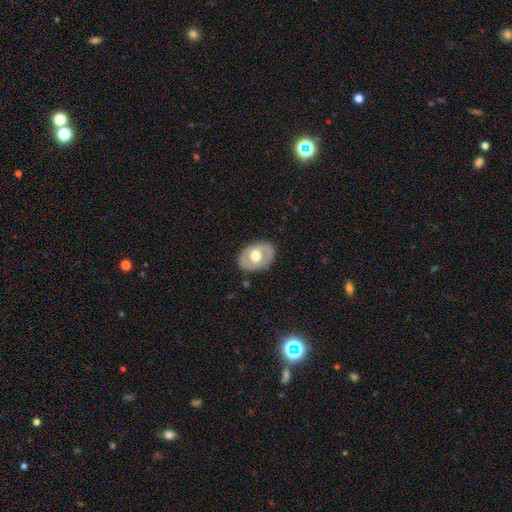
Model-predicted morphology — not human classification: Smooth or featured? featured or disk (52%)
Edge-on disk? no (92%)
Merging? none (81%)